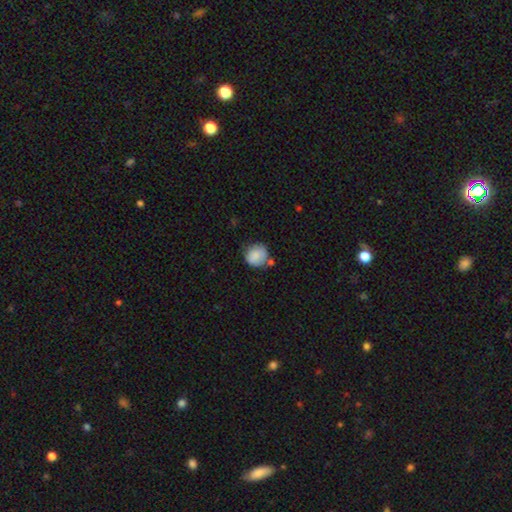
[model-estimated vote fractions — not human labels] This appears to be a smooth galaxy with no disk features (83%) that is round (87%). Merging: none (61%).